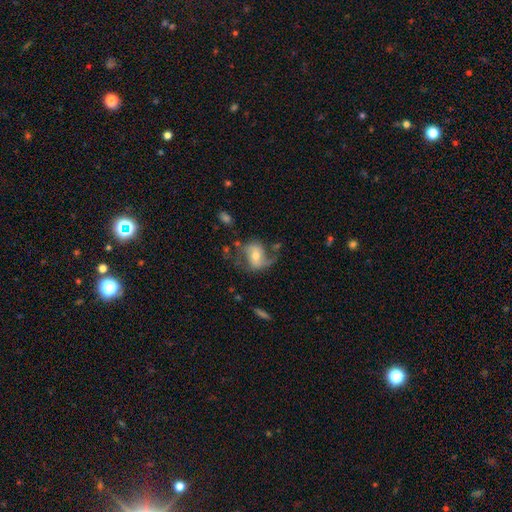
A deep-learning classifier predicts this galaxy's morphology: Smooth or featured? Predicted: featured or disk (p=0.69). Edge-on disk? Predicted: no (p=0.96). Bar? Predicted: weak (p=0.42). Spiral arms? Predicted: yes (p=0.88). Spiral winding? Predicted: loose (p=0.54). Spiral arm count? Predicted: 2 (p=0.69). Bulge size? Predicted: moderate (p=0.59). Merging? Predicted: none (p=0.50).